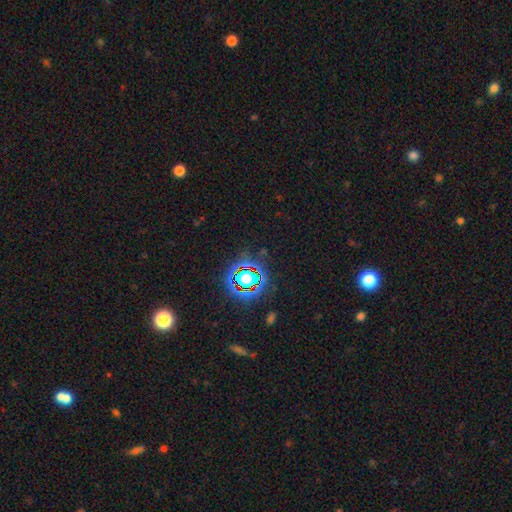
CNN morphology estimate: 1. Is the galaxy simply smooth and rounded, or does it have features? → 77% star or artifact, 14% smooth, 9% featured or disk.